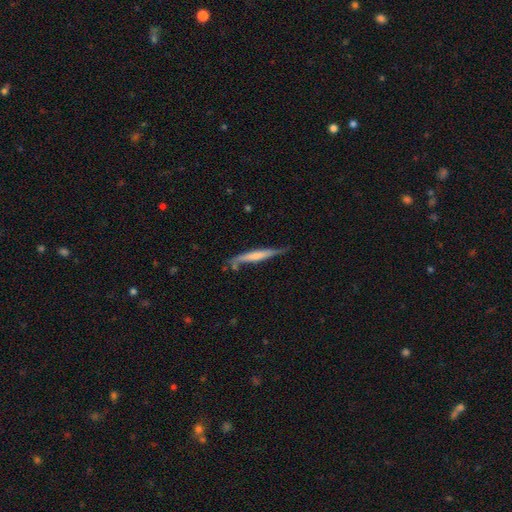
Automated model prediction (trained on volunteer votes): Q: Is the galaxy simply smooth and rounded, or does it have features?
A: smooth — 48%.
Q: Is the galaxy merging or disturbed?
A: none — 61%.